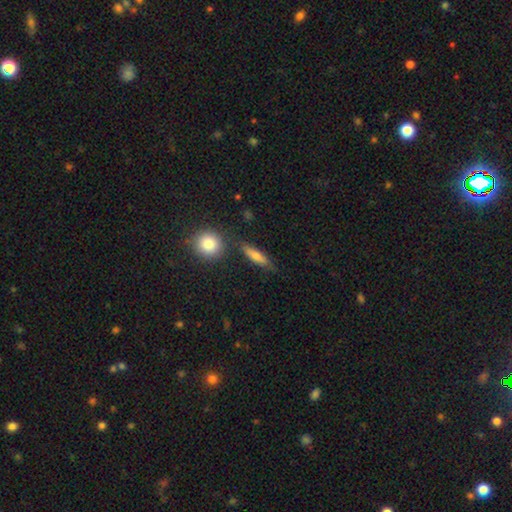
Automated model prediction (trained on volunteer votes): Overall: smooth (65%; featured or disk 27%). How rounded: cigar-shaped (63%; in between 30%). Merging: none (77%).